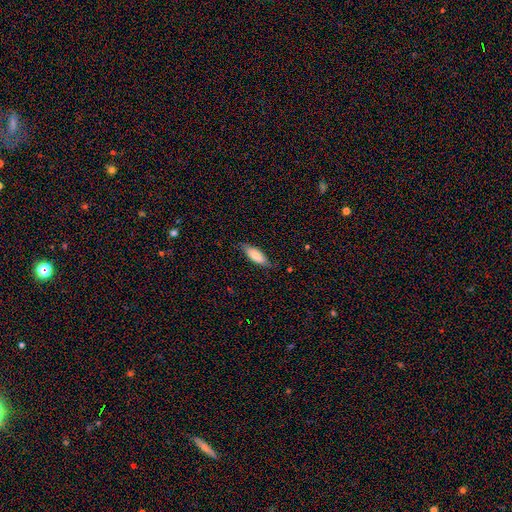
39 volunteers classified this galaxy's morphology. smooth 82%, featured or disk 13%, star or artifact 5%. Down the decision tree: how rounded — in between (69%); merging — none (86%).